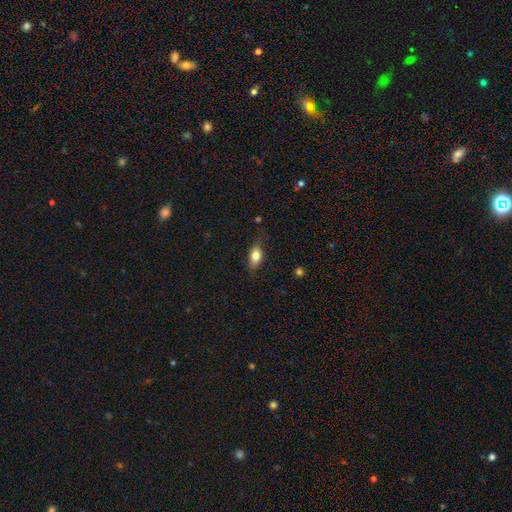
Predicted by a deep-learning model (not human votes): Smooth or featured? Predicted: smooth (p=0.78). How rounded? Predicted: in between (p=0.82). Merging? Predicted: none (p=0.72).